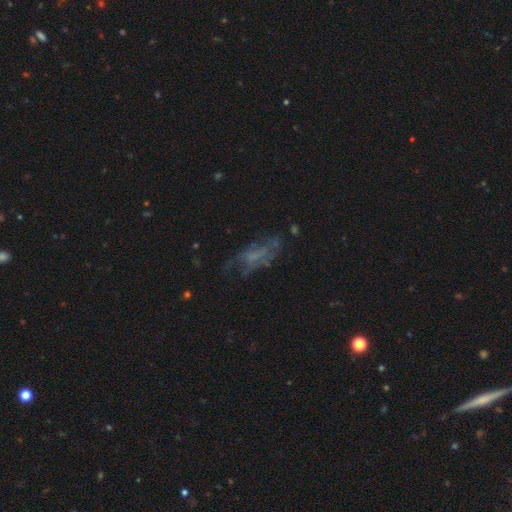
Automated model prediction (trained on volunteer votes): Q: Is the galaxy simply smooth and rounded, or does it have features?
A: featured or disk — 52%.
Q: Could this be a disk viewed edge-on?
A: no — 90%.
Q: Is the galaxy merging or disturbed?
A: none — 44%.